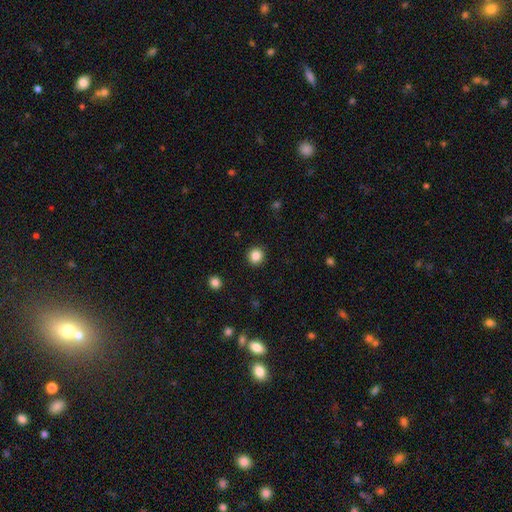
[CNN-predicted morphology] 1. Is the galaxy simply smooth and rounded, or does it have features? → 85% smooth, 11% star or artifact, 4% featured or disk.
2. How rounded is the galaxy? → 91% round, 8% in between, 1% cigar-shaped.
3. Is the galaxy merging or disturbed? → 92% none, 5% minor disturbance, 2% major disturbance, 1% merger.